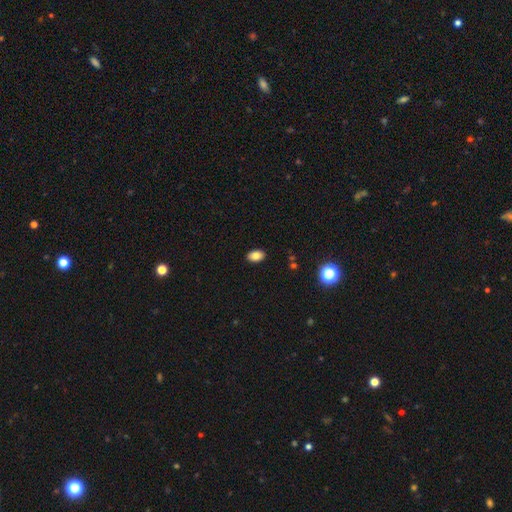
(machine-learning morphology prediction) smooth_or_featured: smooth (p=0.84) [alt: star or artifact p=0.10]
how_rounded: in between (p=0.86) [alt: round p=0.13]
merging: none (p=0.90) [alt: minor disturbance p=0.07]